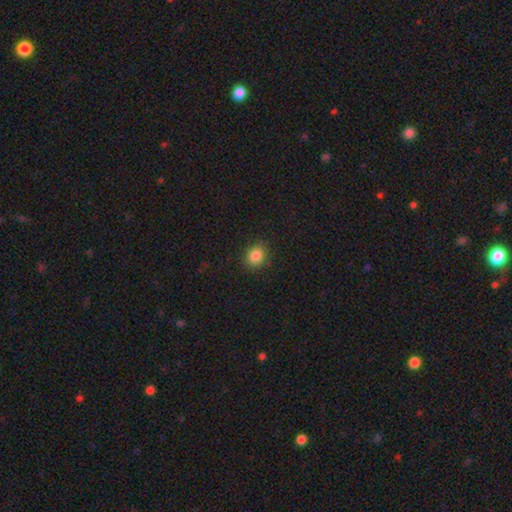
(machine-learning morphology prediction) Smooth or featured: smooth — 84% (star or artifact — 11%)
How rounded: round — 65% (in between — 34%)
Merging: none — 88% (minor disturbance — 9%)